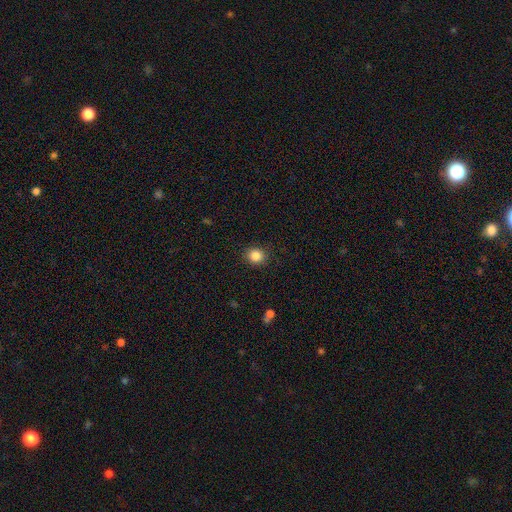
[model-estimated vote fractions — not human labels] Smooth or featured?
  - smooth: 85% *
  - star or artifact: 10%
  - featured or disk: 4%
How rounded?
  - round: 79% *
  - in between: 20%
  - cigar-shaped: 1%
Merging?
  - none: 88% *
  - minor disturbance: 8%
  - major disturbance: 2%
  - merger: 1%